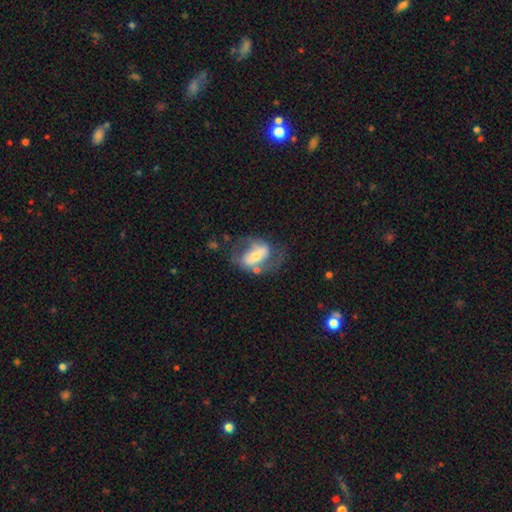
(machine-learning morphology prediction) featured or disk 63%, smooth 31%, star or artifact 6%. Down the decision tree: edge-on disk — no (94%); bar — strong (42%); spiral arms — yes (65%); bulge size — moderate (47%); merging — none (50%).